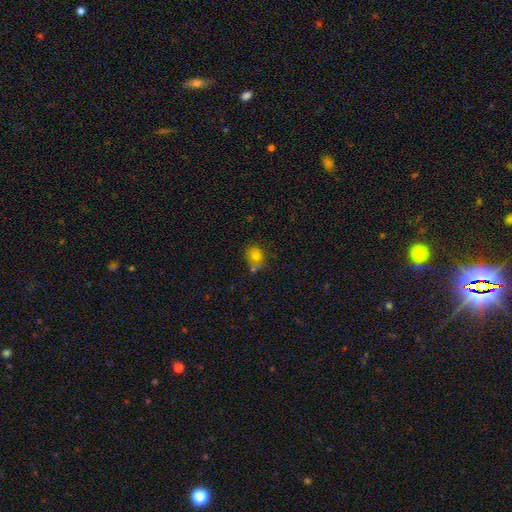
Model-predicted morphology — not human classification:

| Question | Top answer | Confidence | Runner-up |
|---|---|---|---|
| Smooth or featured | smooth | 78% | star or artifact (12%) |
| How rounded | round | 65% | in between (34%) |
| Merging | none | 53% | merger (25%) |